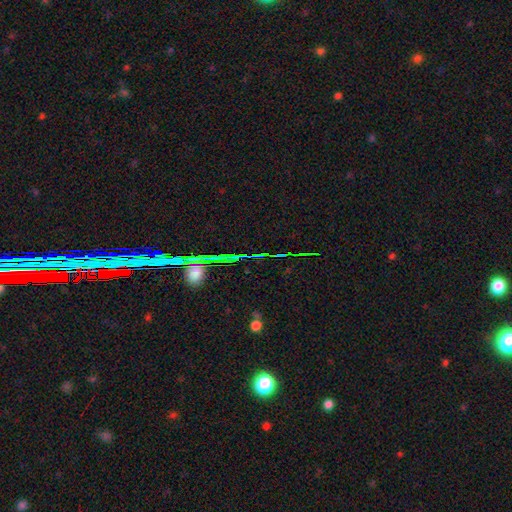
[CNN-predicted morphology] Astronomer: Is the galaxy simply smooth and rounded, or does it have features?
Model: star or artifact — 72%.